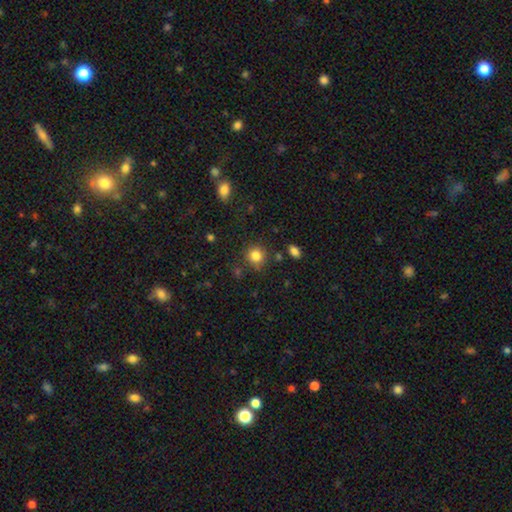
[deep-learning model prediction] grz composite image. It shows a smooth galaxy with no disk features (83%) that is round (89%). Merging: none (80%).